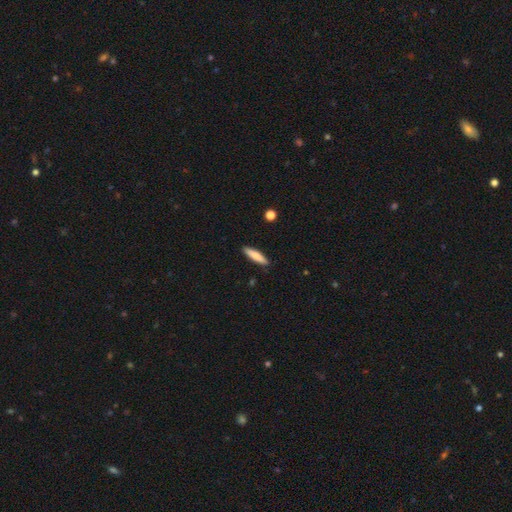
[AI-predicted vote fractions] The model was most divided on "how rounded": cigar-shaped: 79%, in between: 19%, round: 1%. More confident: merging — none (89%); smooth or featured — smooth (77%).